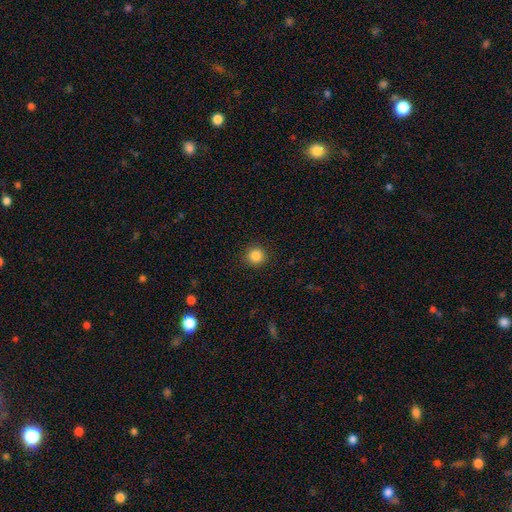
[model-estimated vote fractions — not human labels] smooth-or-featured: smooth: 86% | star or artifact: 11% | featured or disk: 3%
  how-rounded: round: 94% | in between: 5% | cigar-shaped: 1%
  merging: none: 91% | minor disturbance: 6% | major disturbance: 2% | merger: 1%